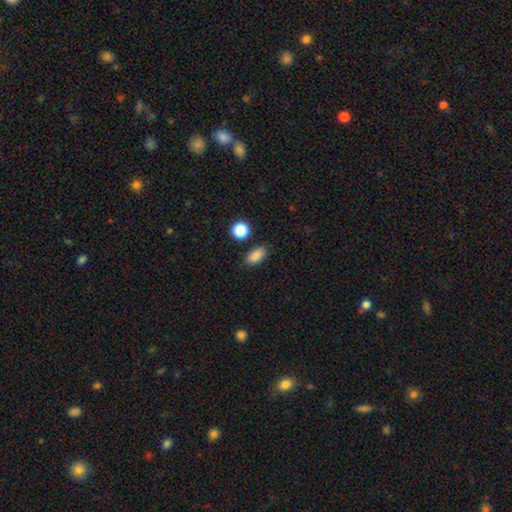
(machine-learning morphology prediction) Smooth or featured? smooth (85%)
How rounded? in between (84%)
Merging? none (81%)